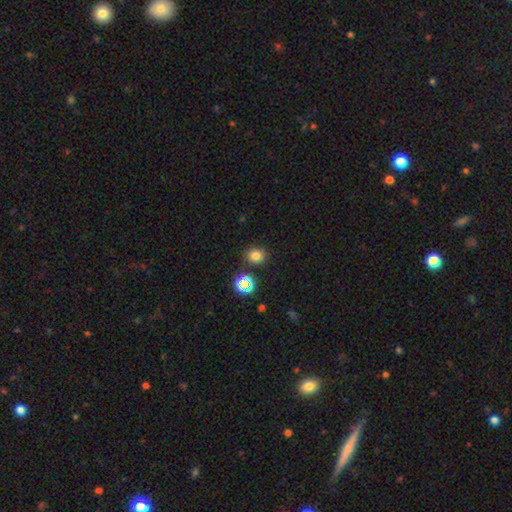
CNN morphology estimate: type=smooth (76%); roundness=round (74%); merging=none (83%).